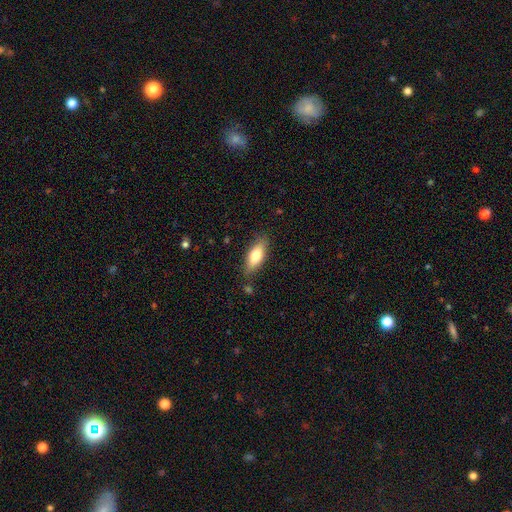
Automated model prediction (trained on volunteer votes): Q: Smooth or featured?
A: smooth (70%); runner-up: featured or disk (23%)
Q: How rounded?
A: in between (68%); runner-up: cigar-shaped (29%)
Q: Merging?
A: none (82%); runner-up: minor disturbance (13%)